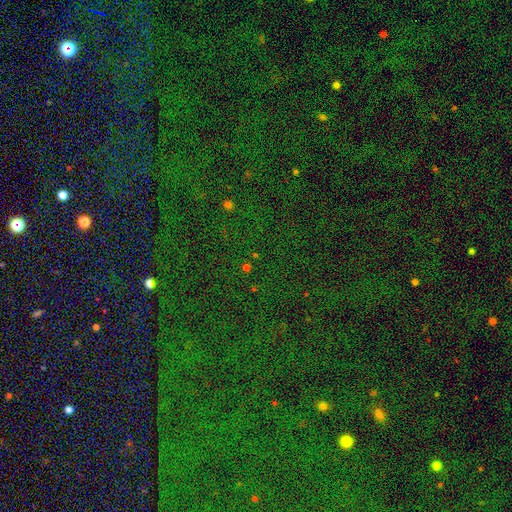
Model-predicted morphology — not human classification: type=star or artifact (75%).